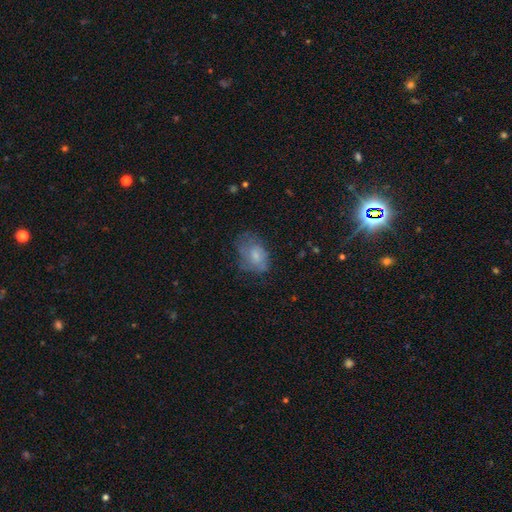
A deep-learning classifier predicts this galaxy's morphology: Q: Smooth or featured?
A: smooth (59%); runner-up: featured or disk (31%)
Q: How rounded?
A: in between (80%); runner-up: round (19%)
Q: Merging?
A: none (47%); runner-up: minor disturbance (30%)